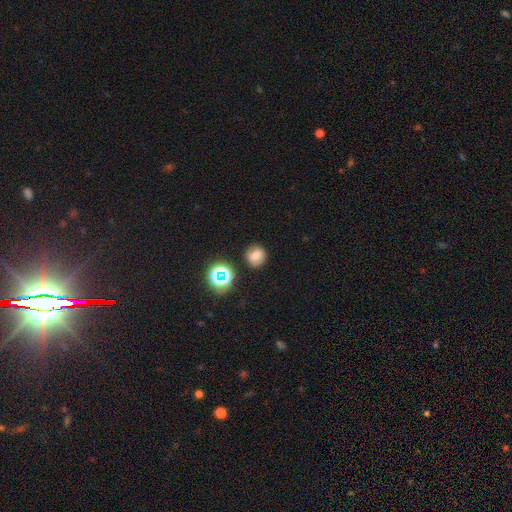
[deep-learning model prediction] Overall: smooth (71%). How rounded: round (86%). Merging: none (85%).